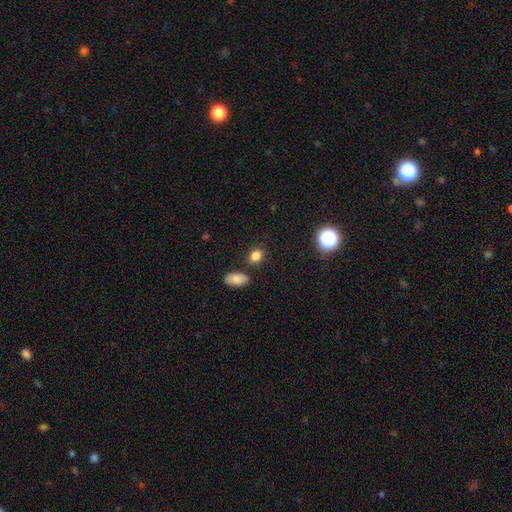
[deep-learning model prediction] Smooth or featured?
  - smooth: 83% *
  - star or artifact: 12%
  - featured or disk: 5%
How rounded?
  - in between: 58% *
  - round: 40%
  - cigar-shaped: 2%
Merging?
  - none: 80% *
  - minor disturbance: 11%
  - merger: 7%
  - major disturbance: 3%